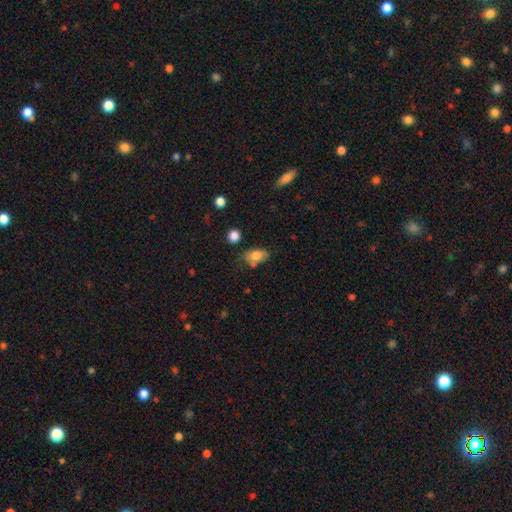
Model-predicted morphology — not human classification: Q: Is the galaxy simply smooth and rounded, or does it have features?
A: smooth — 78%.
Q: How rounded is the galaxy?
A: in between — 86%.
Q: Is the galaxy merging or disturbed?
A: none — 61%.